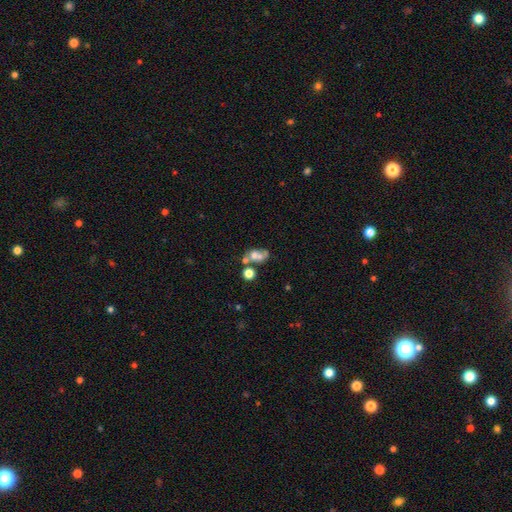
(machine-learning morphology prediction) smooth 46%, featured or disk 39%, star or artifact 15%. Down the decision tree: merging — merger (45%).